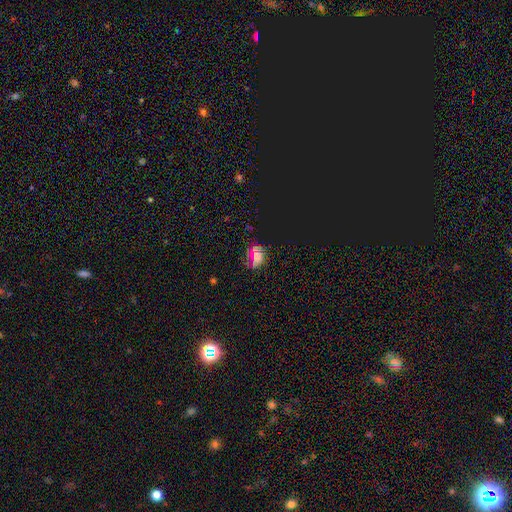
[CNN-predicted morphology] Overall: smooth (38%; featured or disk 36%). Merging: none (58%; minor disturbance 21%).